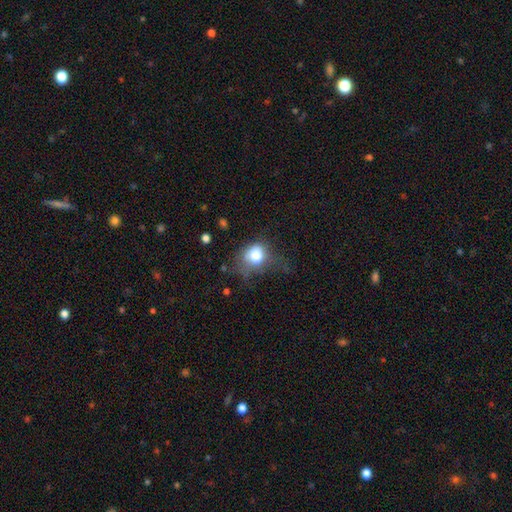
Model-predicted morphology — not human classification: Smooth or featured? smooth (75%)
How rounded? round (54%)
Merging? none (34%)